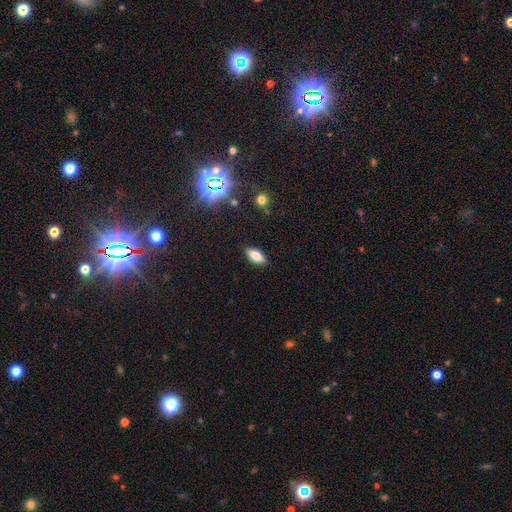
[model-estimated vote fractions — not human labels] A smooth galaxy with no disk features (73%) that is in between round and cigar-shaped (83%).

Vote fractions:
- Smooth or featured? smooth: 73% / featured or disk: 17% / star or artifact: 10%
- How rounded? in between: 83% / cigar-shaped: 14% / round: 3%
- Merging? none: 87% / minor disturbance: 9% / major disturbance: 2% / merger: 1%